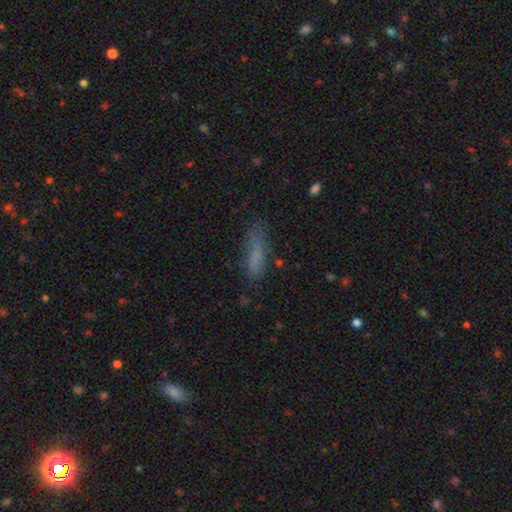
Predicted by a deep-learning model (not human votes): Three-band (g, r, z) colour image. It shows a smooth galaxy with no disk features (71%) that is cigar-shaped (70%). Merging: none (64%).